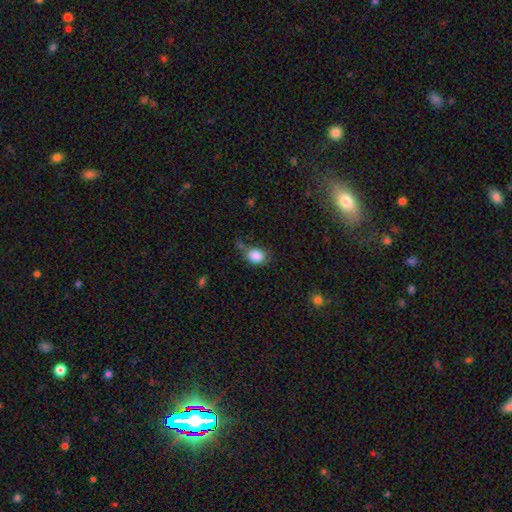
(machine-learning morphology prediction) Smooth or featured?
  - smooth: 87% *
  - star or artifact: 9%
  - featured or disk: 5%
How rounded?
  - in between: 56% *
  - round: 42%
  - cigar-shaped: 1%
Merging?
  - none: 56% *
  - minor disturbance: 24%
  - merger: 11%
  - major disturbance: 9%